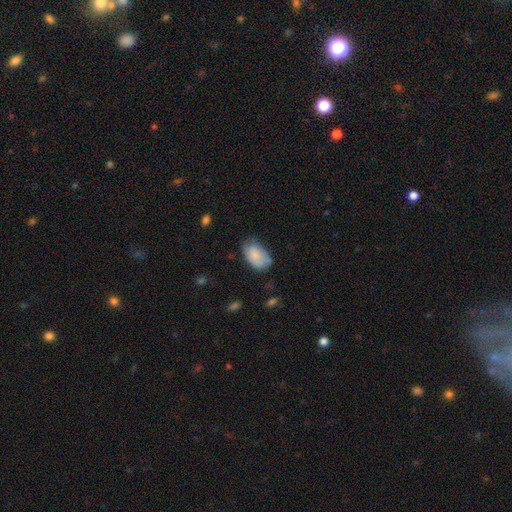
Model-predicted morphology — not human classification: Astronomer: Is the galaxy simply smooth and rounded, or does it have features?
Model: smooth — 81%.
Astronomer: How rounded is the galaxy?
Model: in between — 93%.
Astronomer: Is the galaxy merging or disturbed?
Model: none — 58%.